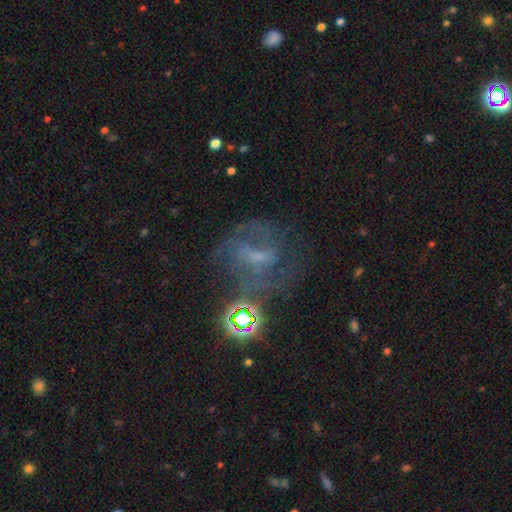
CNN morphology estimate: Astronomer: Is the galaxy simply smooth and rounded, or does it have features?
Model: featured or disk — 57%.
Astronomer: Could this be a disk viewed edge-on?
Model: no — 95%.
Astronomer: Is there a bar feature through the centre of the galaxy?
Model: weak — 45% (runner-up: no, 32%).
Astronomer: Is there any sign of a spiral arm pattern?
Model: yes — 68%.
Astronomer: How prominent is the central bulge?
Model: small — 46% (runner-up: moderate, 25%).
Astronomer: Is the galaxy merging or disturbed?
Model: none — 54%.